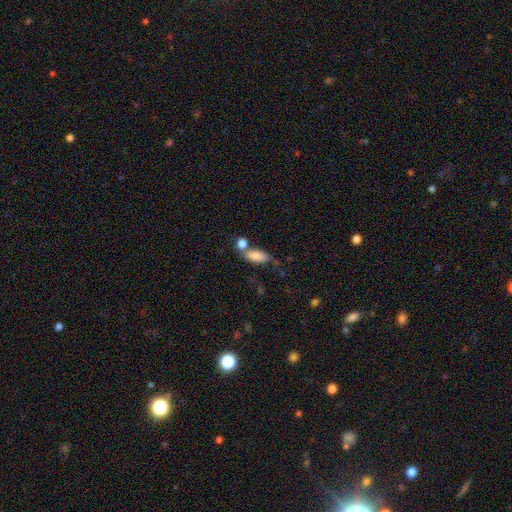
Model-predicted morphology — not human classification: This is clearly a smooth galaxy (82%). How rounded: clearly in between (83%). Merging: marginally none (43%).